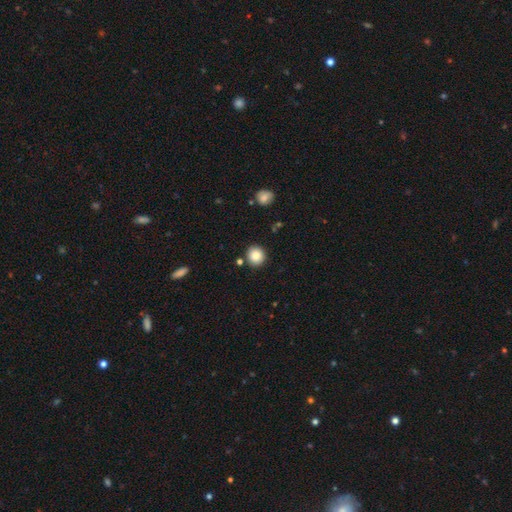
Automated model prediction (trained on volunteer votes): smooth 86%, star or artifact 9%, featured or disk 5%. Down the decision tree: how rounded — round (90%); merging — none (88%).